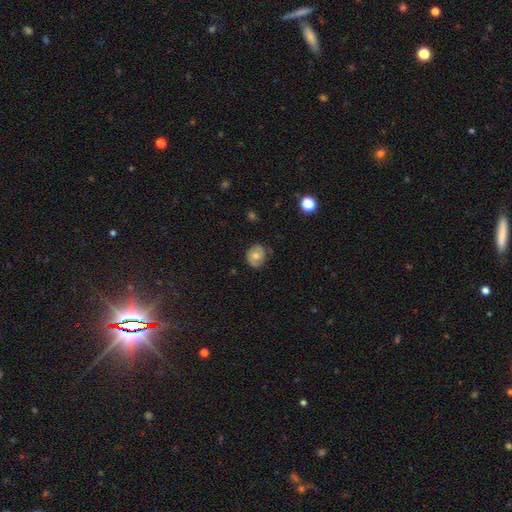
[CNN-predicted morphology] Smooth or featured? Predicted: smooth (p=0.50). Merging? Predicted: none (p=0.73).